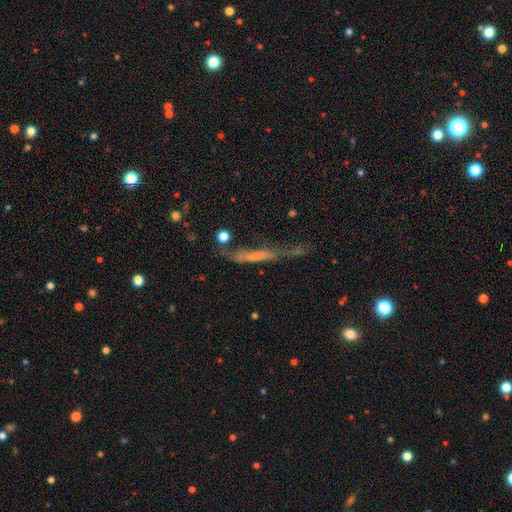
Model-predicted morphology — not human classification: The model was most divided on "smooth or featured" (2-way tie): smooth: 43%, featured or disk: 43%, star or artifact: 13%. Remaining: merging — none (32%).